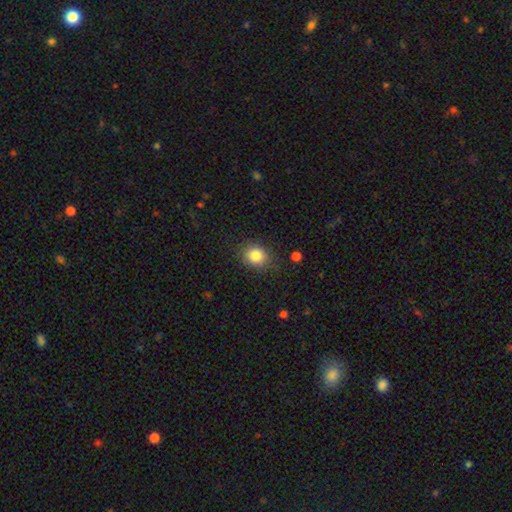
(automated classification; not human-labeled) A smooth galaxy with no disk features (83%) that is round (59%).

Vote fractions:
- Smooth or featured? smooth: 83% / star or artifact: 10% / featured or disk: 7%
- How rounded? round: 59% / in between: 40% / cigar-shaped: 1%
- Merging? none: 82% / minor disturbance: 13% / major disturbance: 4% / merger: 1%